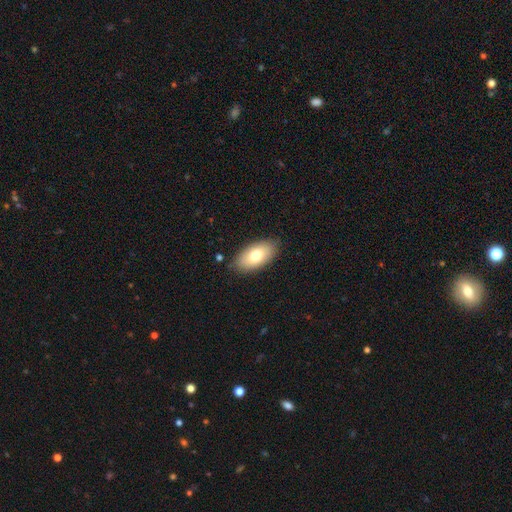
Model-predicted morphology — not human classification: A smooth galaxy with no disk features (76%) that is in between round and cigar-shaped (94%).

Vote fractions:
- Smooth or featured? smooth: 76% / featured or disk: 17% / star or artifact: 6%
- How rounded? in between: 94% / cigar-shaped: 3% / round: 3%
- Merging? none: 85% / minor disturbance: 11% / major disturbance: 2% / merger: 1%